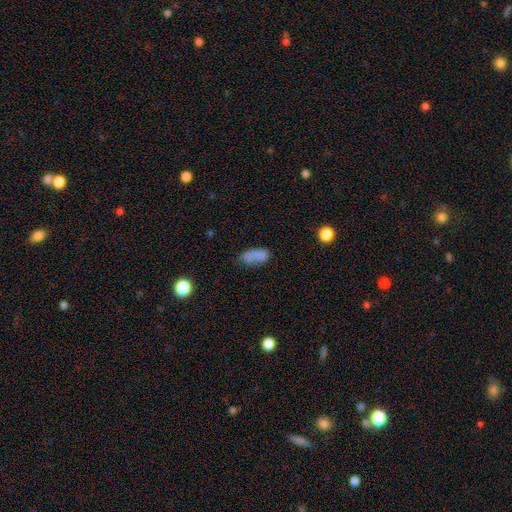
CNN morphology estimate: This is likely a smooth galaxy (70%). How rounded: clearly in between (88%). Merging: possibly none (46%).